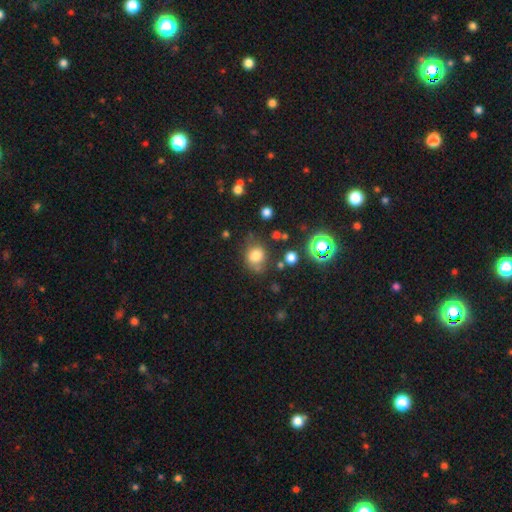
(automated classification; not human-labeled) smooth-or-featured: smooth: 77% | star or artifact: 15% | featured or disk: 8%
  how-rounded: round: 69% | in between: 30% | cigar-shaped: 1%
  merging: none: 68% | minor disturbance: 19% | merger: 7% | major disturbance: 7%